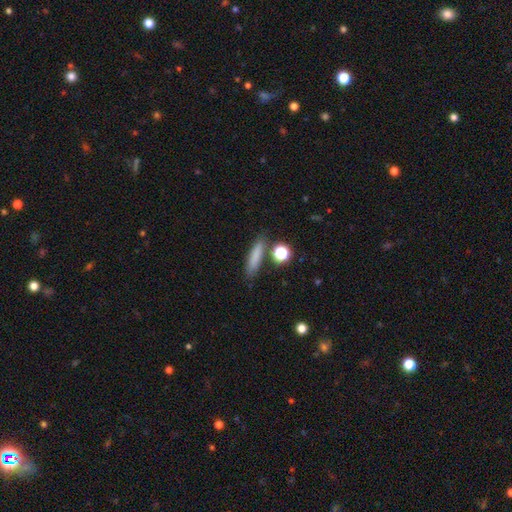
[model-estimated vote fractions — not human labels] Morphology: type=smooth (80%); roundness=cigar-shaped (75%); merging=none (80%).